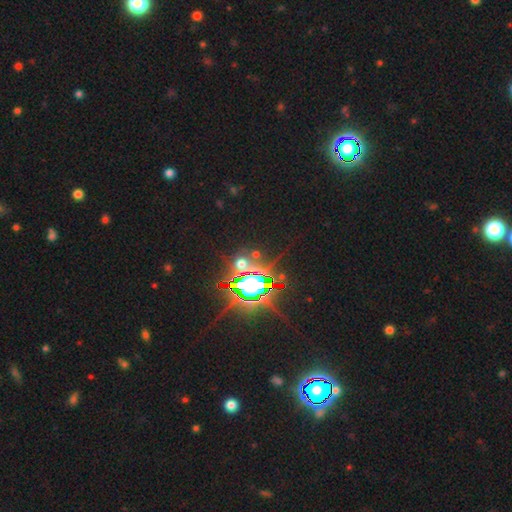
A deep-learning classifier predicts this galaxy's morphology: smooth_or_featured: star or artifact (p=0.79) [alt: smooth p=0.12]